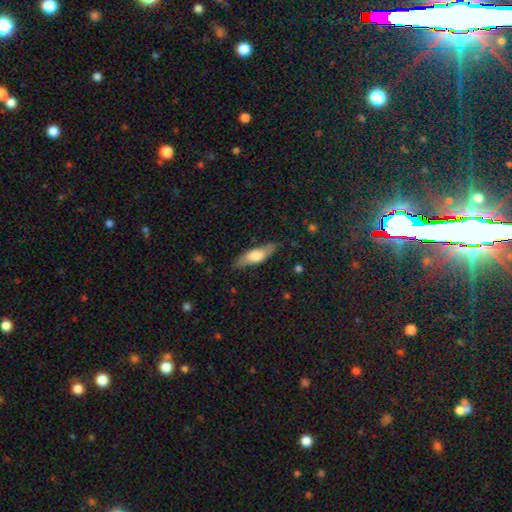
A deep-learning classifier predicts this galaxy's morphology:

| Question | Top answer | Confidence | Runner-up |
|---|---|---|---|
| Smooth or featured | smooth | 58% | featured or disk (36%) |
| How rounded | cigar-shaped | 54% | in between (44%) |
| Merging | none | 80% | minor disturbance (15%) |